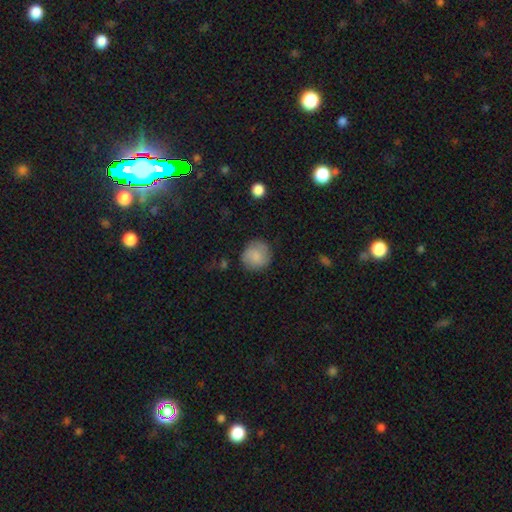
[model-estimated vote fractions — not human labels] Q: Smooth or featured?
A: smooth (78%); runner-up: featured or disk (14%)
Q: How rounded?
A: round (89%); runner-up: in between (10%)
Q: Merging?
A: none (79%); runner-up: minor disturbance (15%)